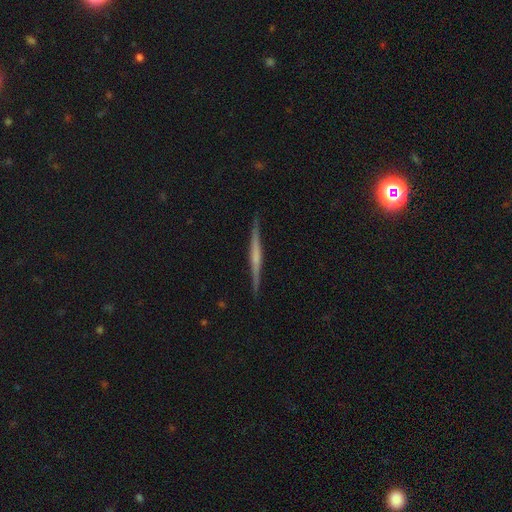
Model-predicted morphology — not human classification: smooth-or-featured: featured or disk: 70% | smooth: 24% | star or artifact: 6%
  disk-edge-on: yes: 98% | no: 2%
    edge-on-bulge: none: 49% | rounded: 34% | boxy: 16%
  merging: none: 91% | minor disturbance: 7% | major disturbance: 1% | merger: 1%